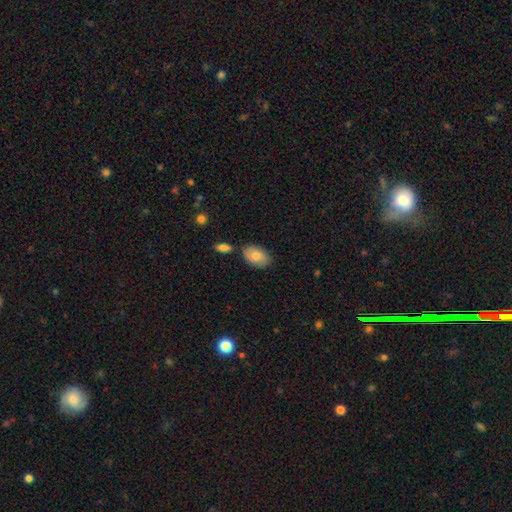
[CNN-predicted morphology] Smooth or featured?
  - smooth: 75% *
  - featured or disk: 18%
  - star or artifact: 7%
How rounded?
  - in between: 89% *
  - round: 10%
  - cigar-shaped: 1%
Merging?
  - none: 71% *
  - minor disturbance: 18%
  - merger: 7%
  - major disturbance: 4%